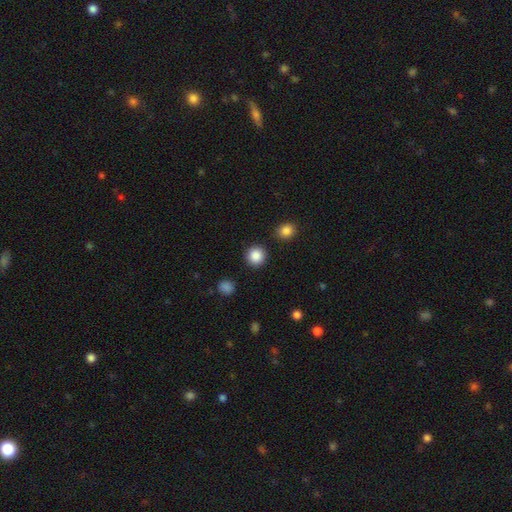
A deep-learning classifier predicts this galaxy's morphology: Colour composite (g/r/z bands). It shows a smooth galaxy with no disk features (87%) that is round (94%). Merging: none (91%).